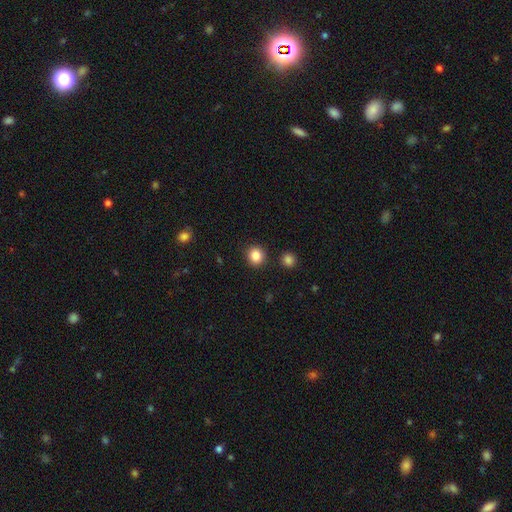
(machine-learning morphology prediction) This appears to be a smooth galaxy with no disk features (85%) that is round (89%). Merging: none (90%).